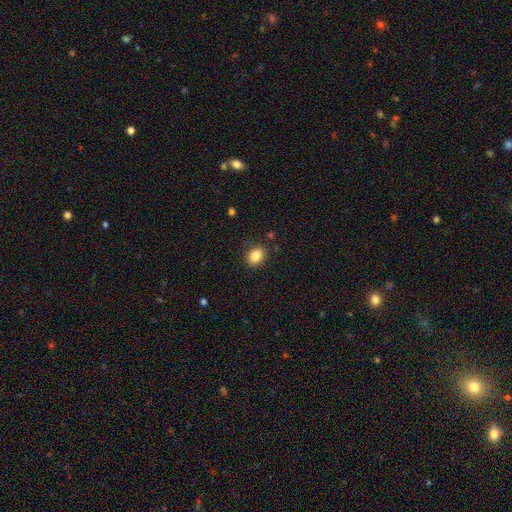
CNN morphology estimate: Smooth or featured: smooth — 86% (star or artifact — 9%)
How rounded: in between — 66% (round — 33%)
Merging: none — 86% (minor disturbance — 10%)